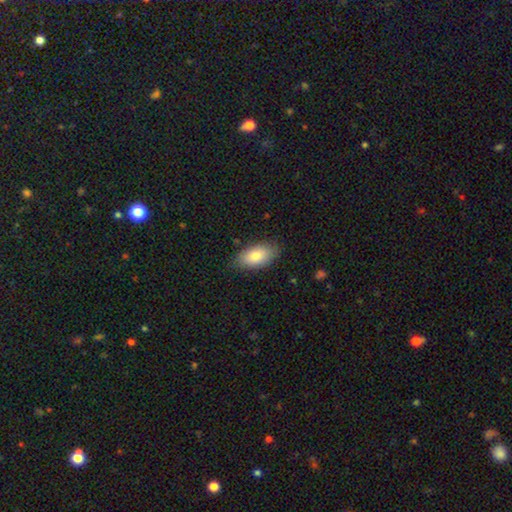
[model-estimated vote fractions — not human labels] The model was most divided on "smooth or featured": smooth: 79%, featured or disk: 14%, star or artifact: 7%. More confident: how rounded — in between (92%); merging — none (81%).